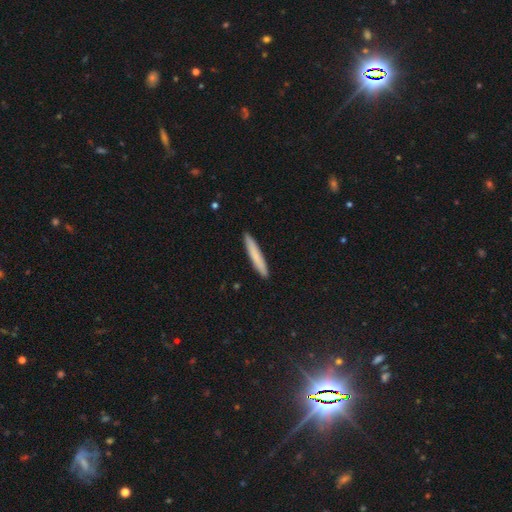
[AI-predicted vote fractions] Smooth or featured? Predicted: smooth (p=0.79). How rounded? Predicted: cigar-shaped (p=0.95). Merging? Predicted: none (p=0.92).